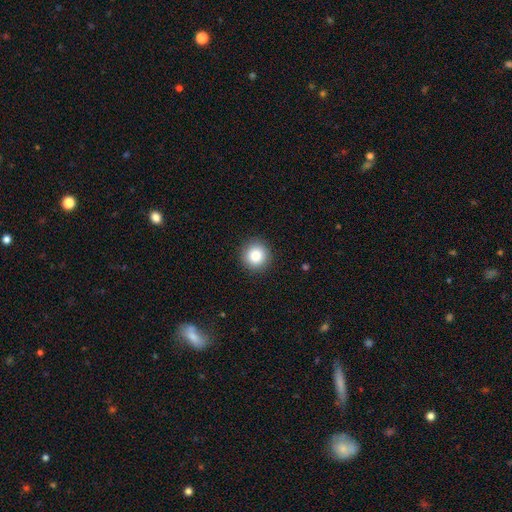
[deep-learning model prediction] A smooth galaxy with no disk features (85%) that is round (94%).

Vote fractions:
- Smooth or featured? smooth: 85% / star or artifact: 9% / featured or disk: 5%
- How rounded? round: 94% / in between: 5% / cigar-shaped: 1%
- Merging? none: 91% / minor disturbance: 6% / major disturbance: 2% / merger: 1%